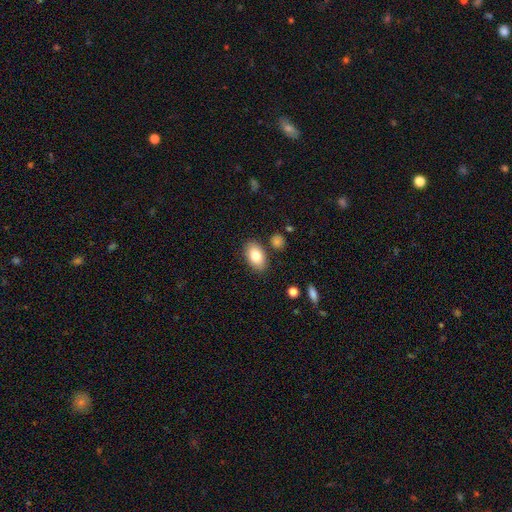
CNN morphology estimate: type=smooth (79%); roundness=in between (92%); merging=none (84%).